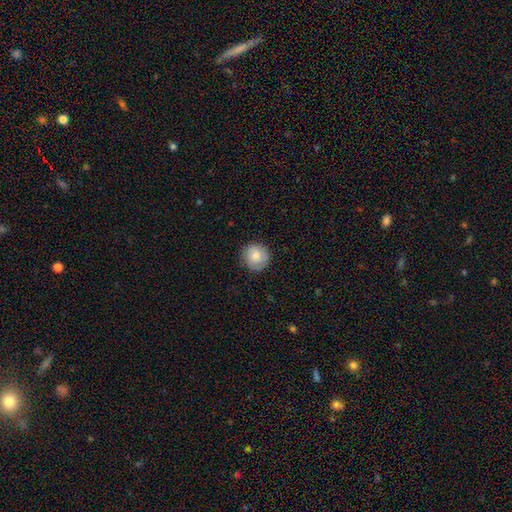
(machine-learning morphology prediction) Smooth or featured? Predicted: smooth (p=0.81). How rounded? Predicted: round (p=0.93). Merging? Predicted: none (p=0.85).